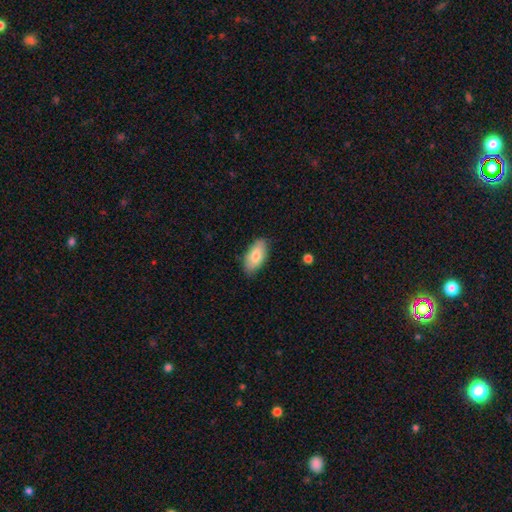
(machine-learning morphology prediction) A smooth galaxy with no disk features (78%) that is in between round and cigar-shaped (92%).

Vote fractions:
- Smooth or featured? smooth: 78% / featured or disk: 16% / star or artifact: 6%
- How rounded? in between: 92% / cigar-shaped: 5% / round: 3%
- Merging? none: 82% / minor disturbance: 14% / major disturbance: 2% / merger: 1%